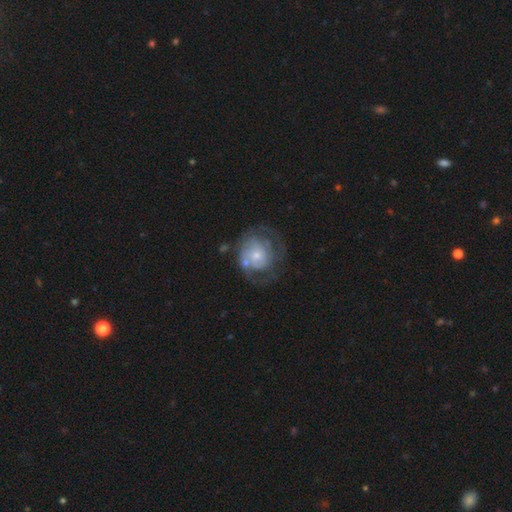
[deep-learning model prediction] Smooth or featured: featured or disk — 69% (smooth — 25%)
Edge-on disk: no — 98% (yes — 2%)
Bar: no — 78% (weak — 19%)
Spiral arms: yes — 78% (no — 22%)
Spiral winding: tight — 50% (medium — 34%)
Spiral arm count: can't tell — 38% (2 — 35%)
Bulge size: small — 53% (moderate — 37%)
Merging: none — 48% (major disturbance — 23%)